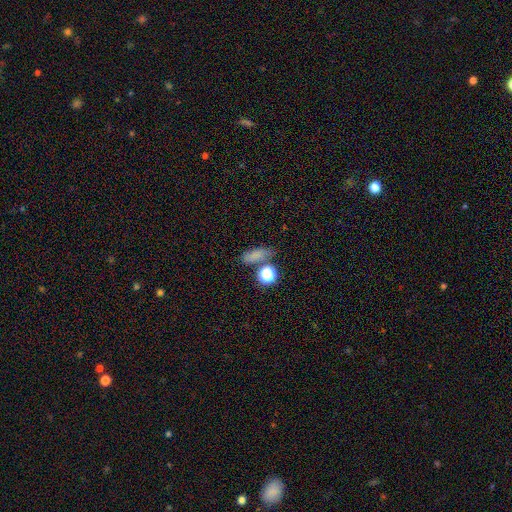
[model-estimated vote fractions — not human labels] Morphology: type=smooth (76%); roundness=in between (55%); merging=none (64%).